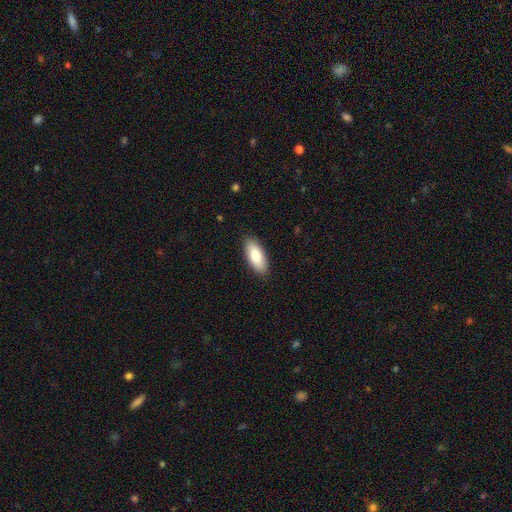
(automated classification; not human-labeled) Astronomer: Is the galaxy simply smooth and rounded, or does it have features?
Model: smooth — 82%.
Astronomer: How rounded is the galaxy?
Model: in between — 84%.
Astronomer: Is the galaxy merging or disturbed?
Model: none — 88%.